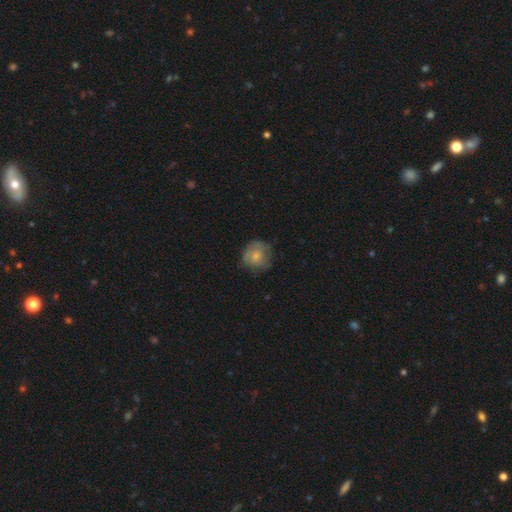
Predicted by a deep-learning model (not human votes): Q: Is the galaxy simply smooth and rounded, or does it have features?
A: smooth — 64%.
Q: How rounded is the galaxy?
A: round — 83%.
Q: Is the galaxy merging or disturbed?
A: none — 64%.